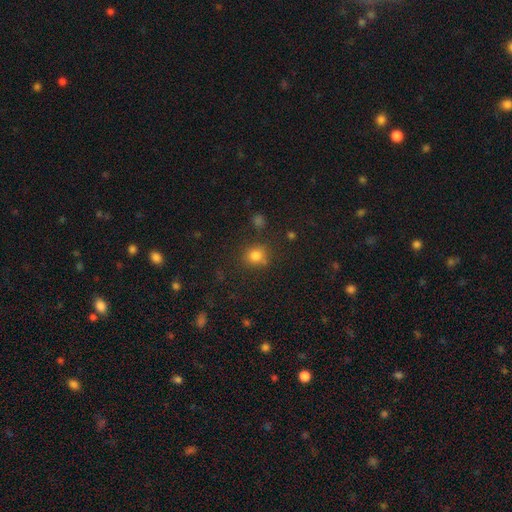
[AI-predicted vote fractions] Smooth or featured: smooth — 80% (star or artifact — 14%)
How rounded: round — 81% (in between — 18%)
Merging: none — 74% (minor disturbance — 13%)